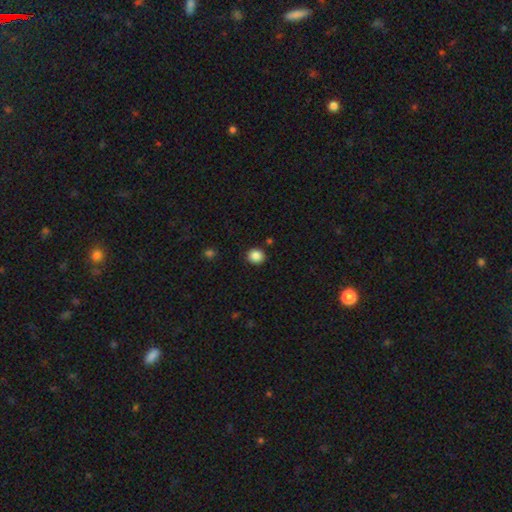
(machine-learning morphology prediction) smooth-or-featured: smooth: 87% | star or artifact: 10% | featured or disk: 3%
  how-rounded: round: 82% | in between: 17% | cigar-shaped: 1%
  merging: none: 88% | minor disturbance: 7% | major disturbance: 2% | merger: 2%